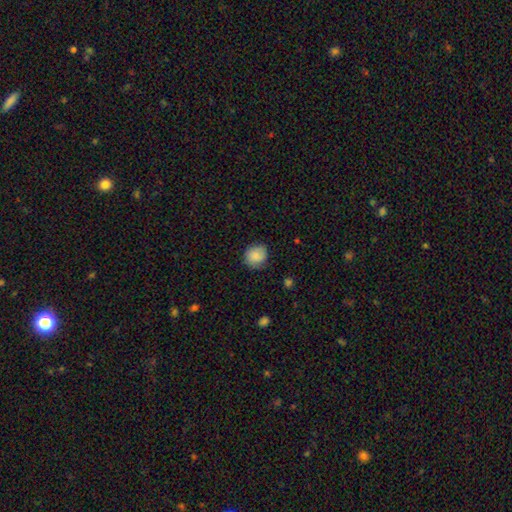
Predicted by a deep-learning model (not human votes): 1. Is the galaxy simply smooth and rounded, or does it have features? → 84% smooth, 8% featured or disk, 8% star or artifact.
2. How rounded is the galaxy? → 82% round, 17% in between, 1% cigar-shaped.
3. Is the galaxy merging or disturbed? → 79% none, 16% minor disturbance, 4% major disturbance, 1% merger.